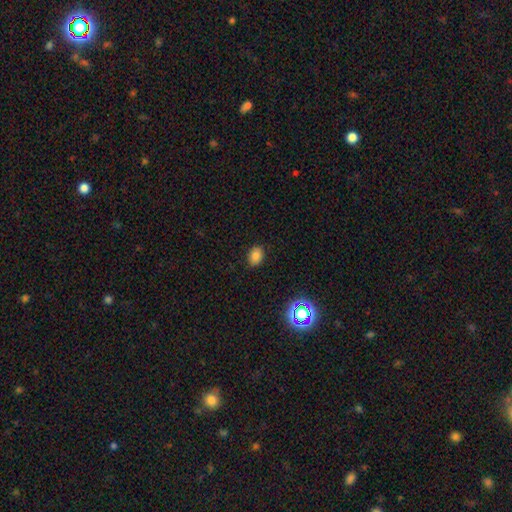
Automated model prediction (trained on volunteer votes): Smooth or featured? smooth (81%)
How rounded? in between (66%)
Merging? none (87%)